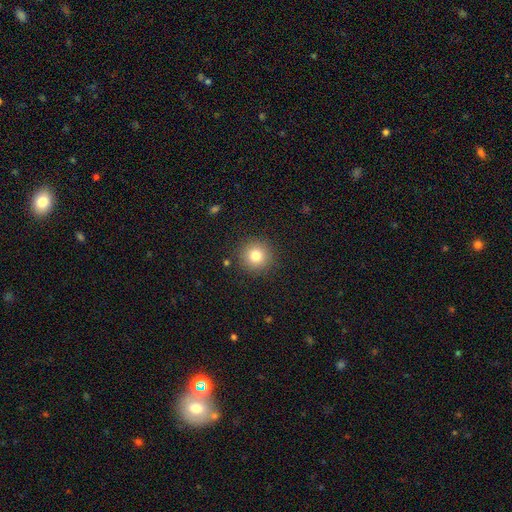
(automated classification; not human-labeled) This appears to be a smooth galaxy with no disk features (80%) that is round (95%). Merging: none (90%).